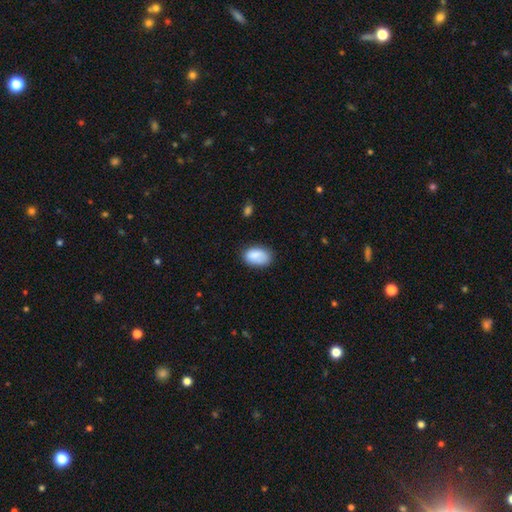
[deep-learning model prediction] smooth 85%, featured or disk 8%, star or artifact 6%. Down the decision tree: how rounded — in between (90%); merging — none (72%).